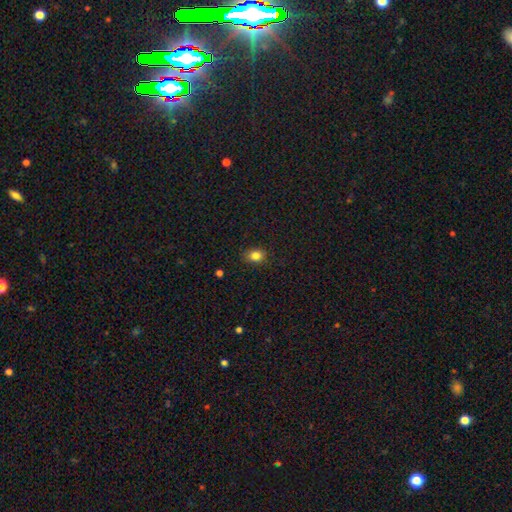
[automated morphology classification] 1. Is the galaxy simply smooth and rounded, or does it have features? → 84% smooth, 11% star or artifact, 5% featured or disk.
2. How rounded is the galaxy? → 61% in between, 38% round, 1% cigar-shaped.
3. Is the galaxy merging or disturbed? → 84% none, 12% minor disturbance, 3% major disturbance, 1% merger.